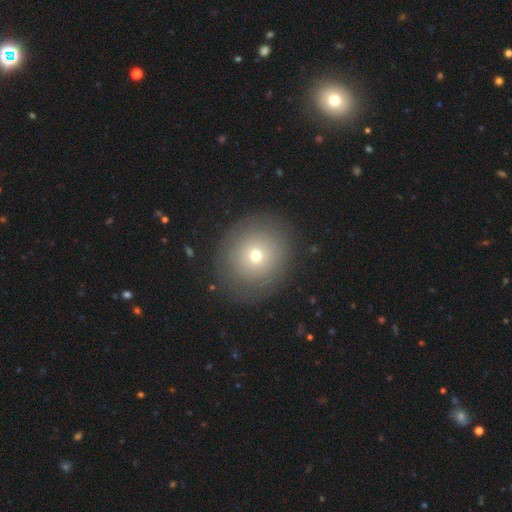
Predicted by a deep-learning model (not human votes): A smooth galaxy with no disk features (65%) that is round (90%).

Vote fractions:
- Smooth or featured? smooth: 65% / featured or disk: 21% / star or artifact: 14%
- How rounded? round: 90% / in between: 9% / cigar-shaped: 1%
- Merging? none: 84% / minor disturbance: 10% / major disturbance: 5% / merger: 1%